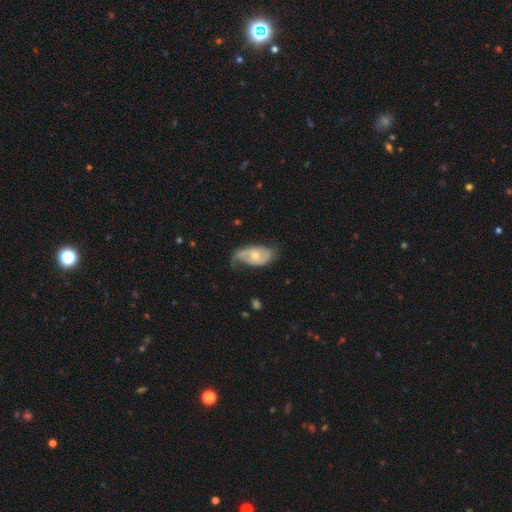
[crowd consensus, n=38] This appears to be a featured or disk galaxy (68%) with no bar (75%), 2 (44%) tight (44%, tied with medium) spiral arms (75%) and a moderate central bulge (71%). Merging: minor disturbance (46%).